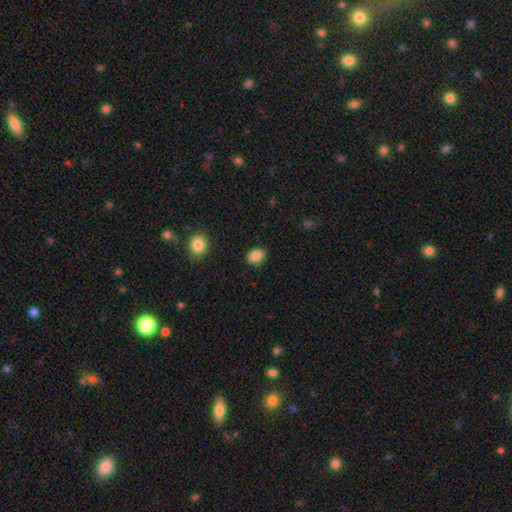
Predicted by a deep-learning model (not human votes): Smooth or featured: smooth — 87% (star or artifact — 9%)
How rounded: in between — 65% (round — 34%)
Merging: none — 84% (minor disturbance — 12%)